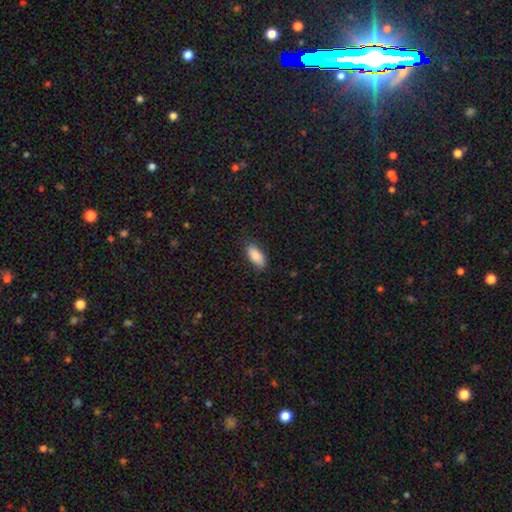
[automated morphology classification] type=smooth (86%); roundness=in between (88%); merging=none (83%).